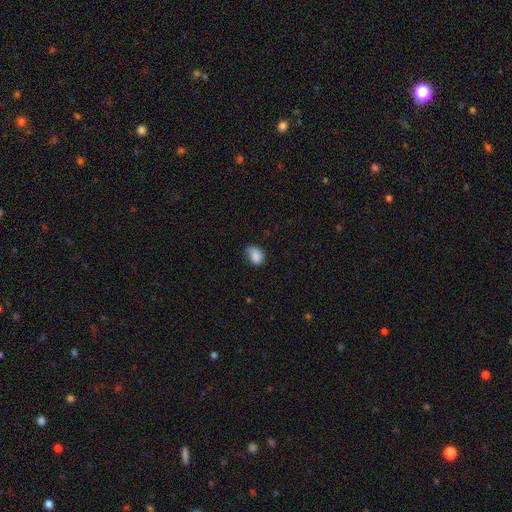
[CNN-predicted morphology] Overall: smooth (85%). How rounded: in between (69%; round 30%). Merging: none (53%; minor disturbance 35%).